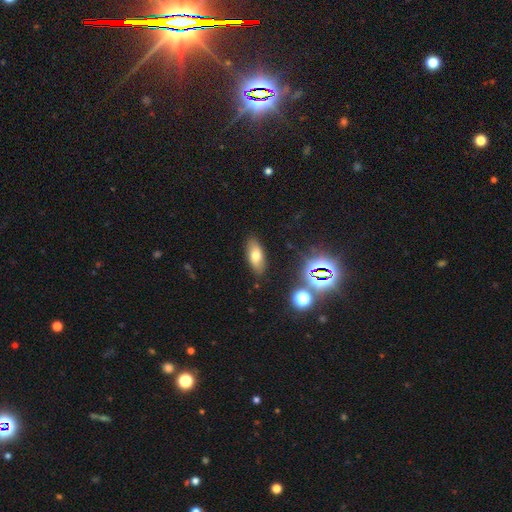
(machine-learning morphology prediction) type=smooth (68%); roundness=in between (81%); merging=none (86%).